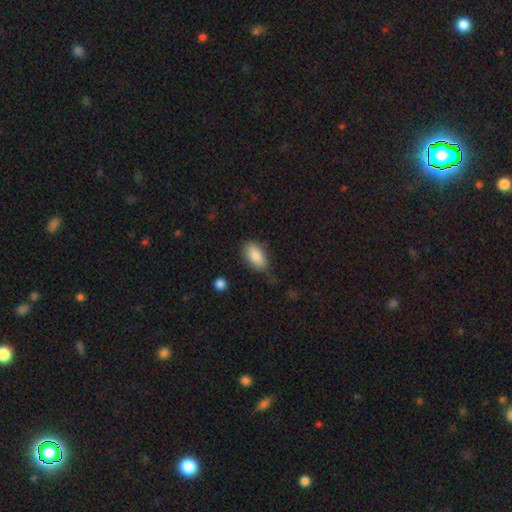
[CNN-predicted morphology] This appears to be a smooth galaxy with no disk features (82%) that is in between round and cigar-shaped (91%). Merging: none (64%).